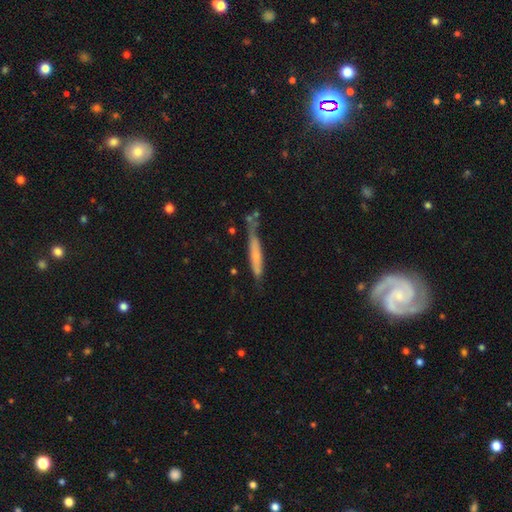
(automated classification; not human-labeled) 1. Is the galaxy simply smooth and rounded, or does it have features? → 56% smooth, 37% featured or disk, 7% star or artifact.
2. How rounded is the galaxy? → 93% cigar-shaped, 5% in between, 1% round.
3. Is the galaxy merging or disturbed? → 55% none, 27% minor disturbance, 10% major disturbance, 8% merger.